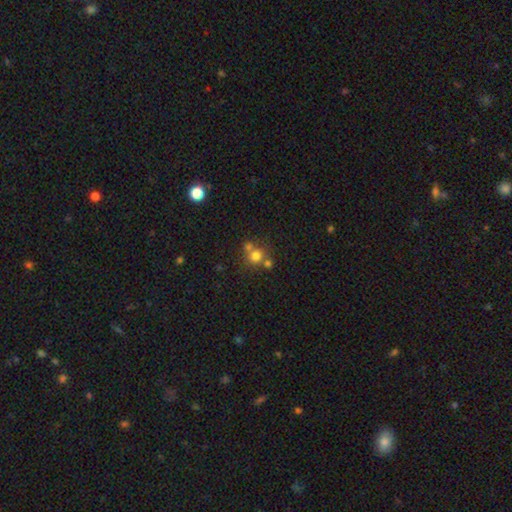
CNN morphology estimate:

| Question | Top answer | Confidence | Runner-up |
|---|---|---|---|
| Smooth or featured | smooth | 72% | star or artifact (16%) |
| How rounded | round | 88% | in between (11%) |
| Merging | none | 53% | merger (34%) |